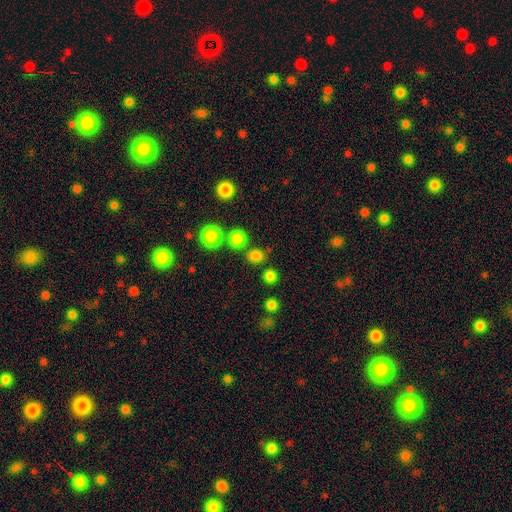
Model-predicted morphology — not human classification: Smooth or featured: smooth — 81% (star or artifact — 15%)
How rounded: round — 84% (in between — 15%)
Merging: none — 80% (merger — 10%)